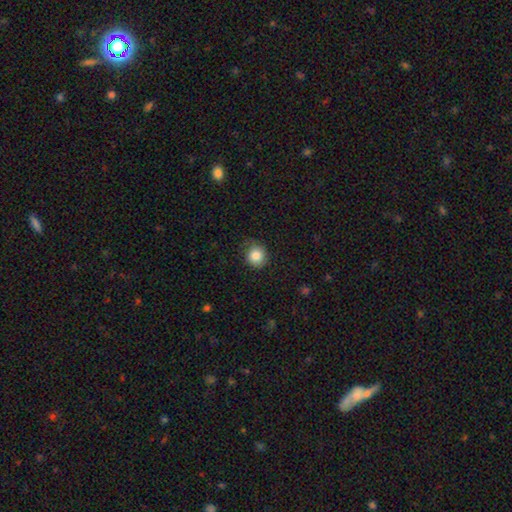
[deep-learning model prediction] Smooth or featured? smooth (85%)
How rounded? round (85%)
Merging? none (75%)